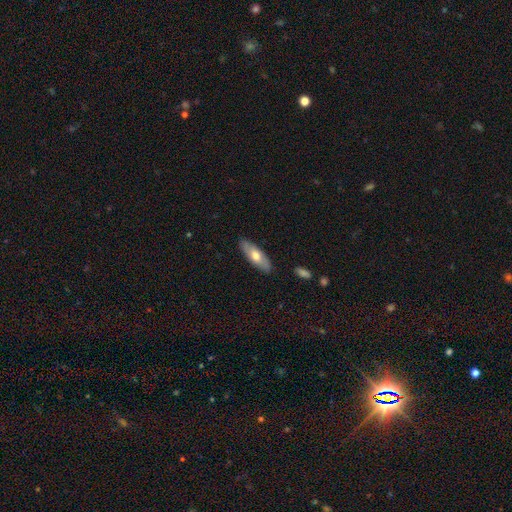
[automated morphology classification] Smooth or featured? smooth (61%)
How rounded? in between (67%)
Merging? none (87%)